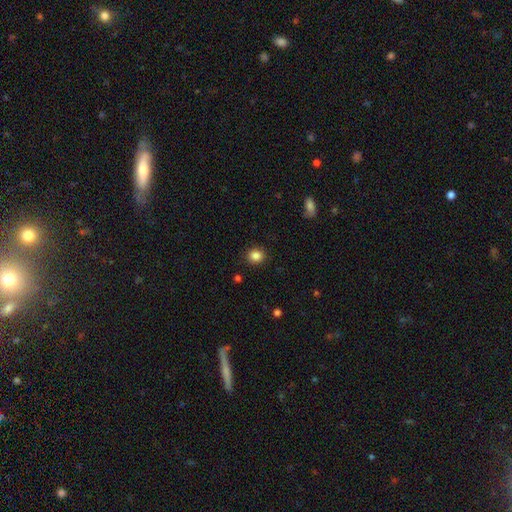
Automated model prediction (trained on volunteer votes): Q: Smooth or featured?
A: smooth (86%); runner-up: star or artifact (10%)
Q: How rounded?
A: round (80%); runner-up: in between (19%)
Q: Merging?
A: none (89%); runner-up: minor disturbance (7%)